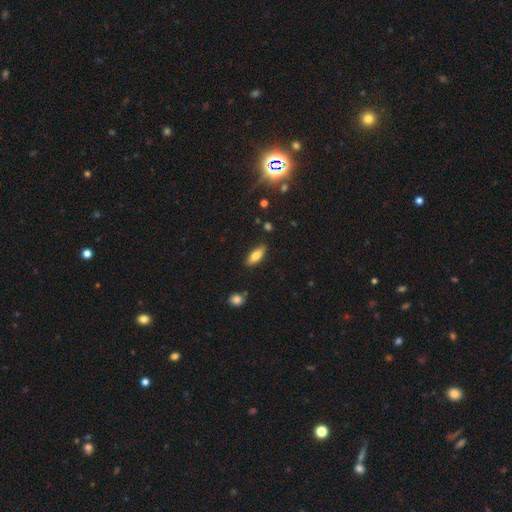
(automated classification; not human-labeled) The model was most divided on "how rounded": in between: 73%, cigar-shaped: 24%, round: 2%. More confident: merging — none (85%); smooth or featured — smooth (77%).